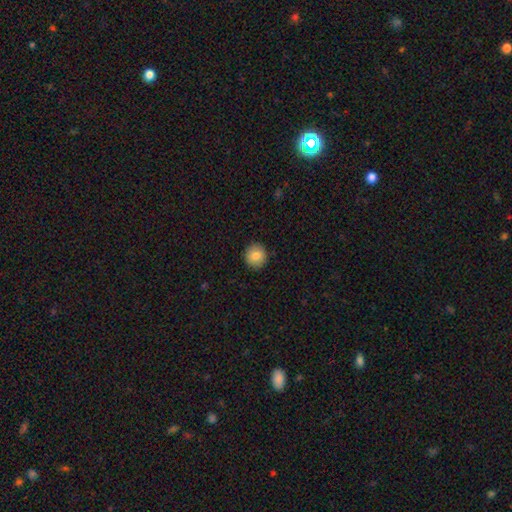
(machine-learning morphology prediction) Smooth or featured: smooth — 85% (star or artifact — 8%)
How rounded: round — 92% (in between — 7%)
Merging: none — 91% (minor disturbance — 6%)